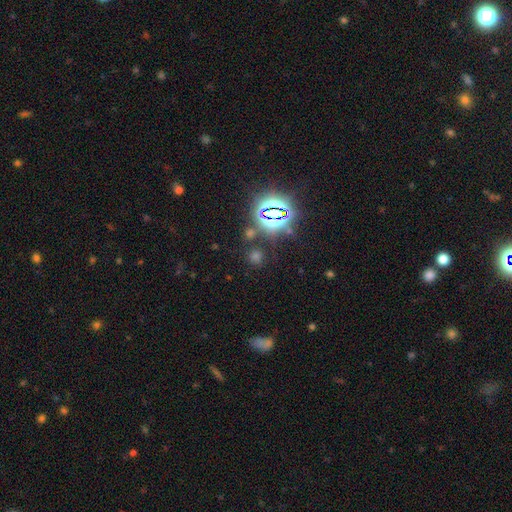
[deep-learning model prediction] This appears to be a star or artifact, not a galaxy (54%).